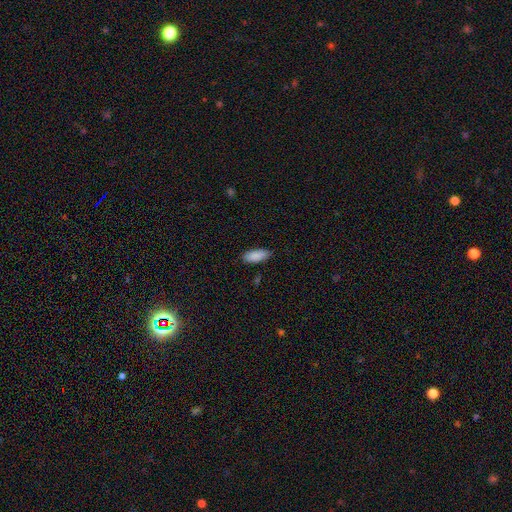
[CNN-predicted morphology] This appears to be a smooth galaxy with no disk features (89%) that is in between round and cigar-shaped (83%). Merging: none (81%).